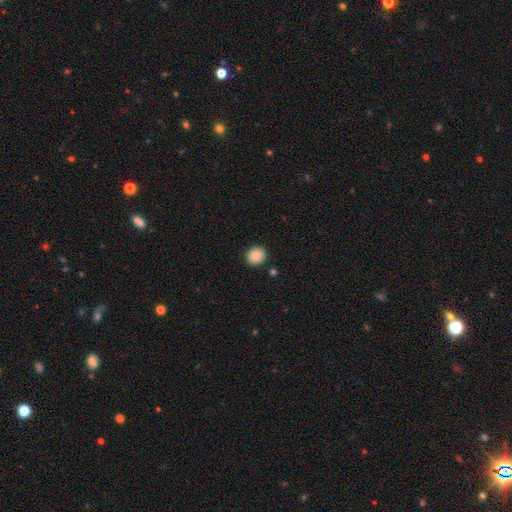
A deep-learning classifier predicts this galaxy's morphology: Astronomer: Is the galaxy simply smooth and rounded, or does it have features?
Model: smooth — 89%.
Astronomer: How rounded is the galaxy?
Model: round — 85%.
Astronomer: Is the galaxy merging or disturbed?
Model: none — 90%.